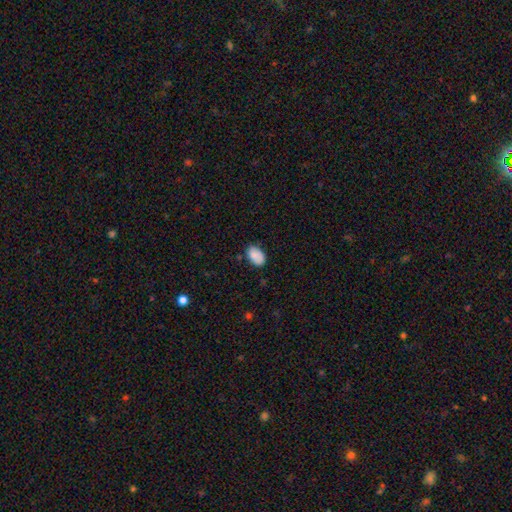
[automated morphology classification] smooth 82%, featured or disk 11%, star or artifact 8%. Down the decision tree: how rounded — in between (90%); merging — none (71%).